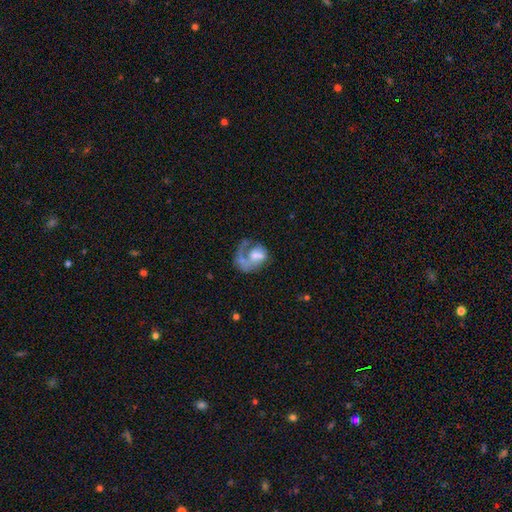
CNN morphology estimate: This appears to be a featured or disk galaxy (63%) with no bar (73%), spiral arms (64%) and a moderate central bulge (34%). Merging: major disturbance (45%).